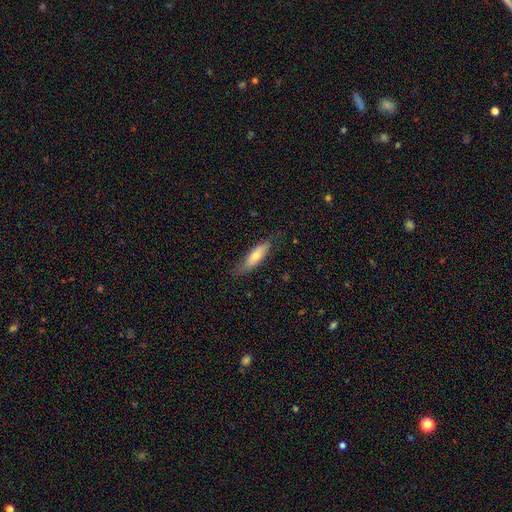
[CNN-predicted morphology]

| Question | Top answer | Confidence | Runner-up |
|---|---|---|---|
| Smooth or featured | smooth | 63% | featured or disk (31%) |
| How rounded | cigar-shaped | 53% | in between (45%) |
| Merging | none | 75% | minor disturbance (20%) |